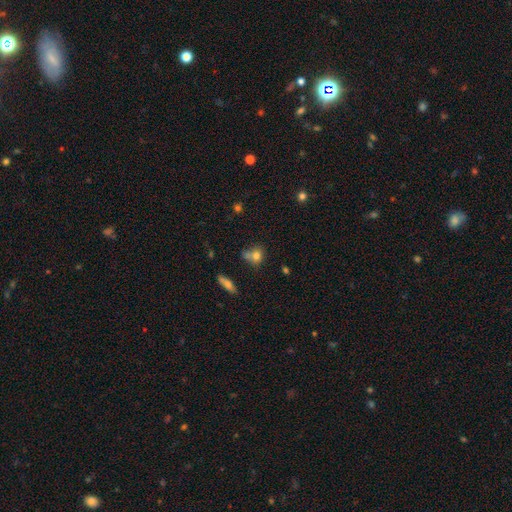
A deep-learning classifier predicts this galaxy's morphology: Smooth or featured?
  - smooth: 76% *
  - featured or disk: 12%
  - star or artifact: 12%
How rounded?
  - round: 59% *
  - in between: 38%
  - cigar-shaped: 3%
Merging?
  - none: 45% *
  - merger: 29%
  - minor disturbance: 18%
  - major disturbance: 7%